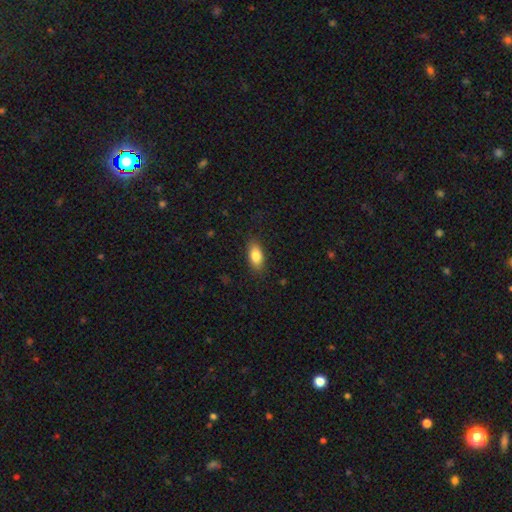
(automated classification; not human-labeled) This appears to be a smooth galaxy with no disk features (83%) that is in between round and cigar-shaped (87%). Merging: none (86%).